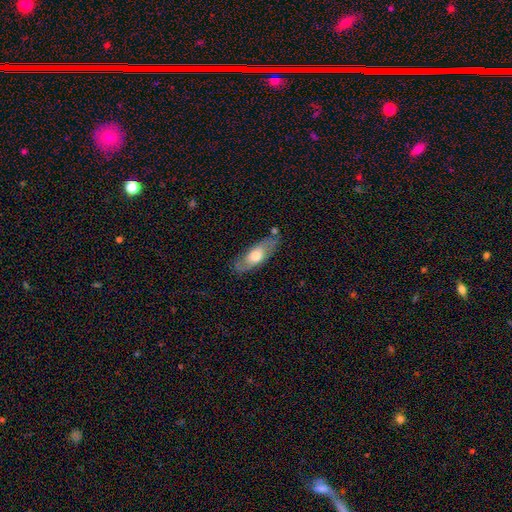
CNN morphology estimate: Q: Smooth or featured?
A: smooth (50%); runner-up: featured or disk (44%)
Q: How rounded?
A: in between (68%); runner-up: cigar-shaped (28%)
Q: Merging?
A: none (75%); runner-up: minor disturbance (17%)